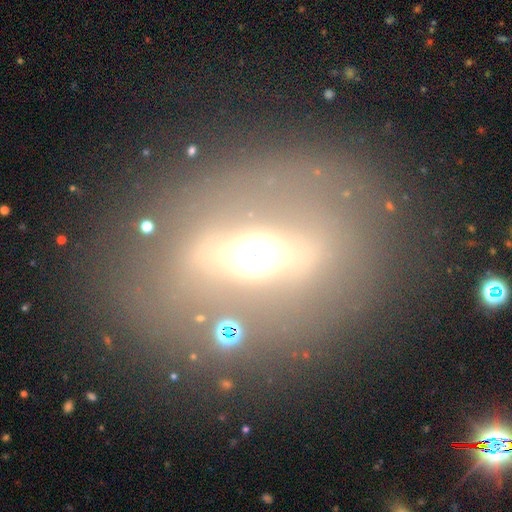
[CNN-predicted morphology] This appears to be a featured or disk galaxy (40%). Merging: none (62%).